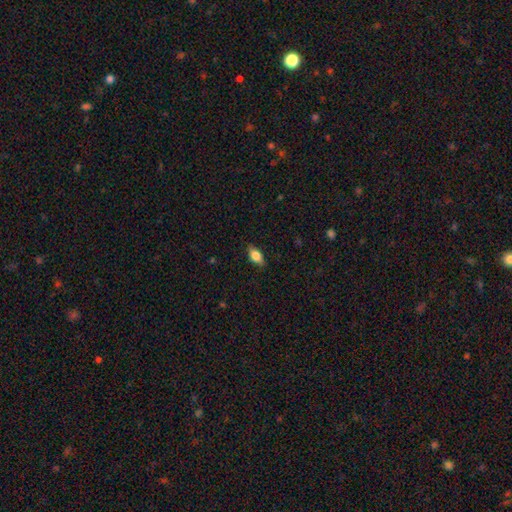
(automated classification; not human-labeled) Morphology: type=smooth (77%); roundness=in between (86%); merging=none (83%).